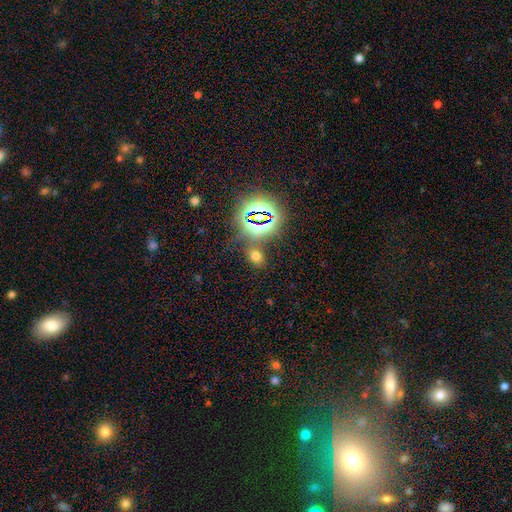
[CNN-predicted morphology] A smooth galaxy with no disk features (56%) that is in between round and cigar-shaped (57%). Merging: none (76%).